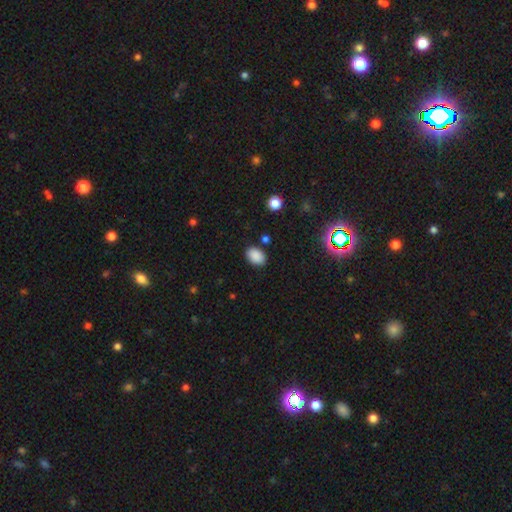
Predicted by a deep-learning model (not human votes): This appears to be a smooth galaxy with no disk features (87%) that is in between round and cigar-shaped (82%). Merging: none (86%).